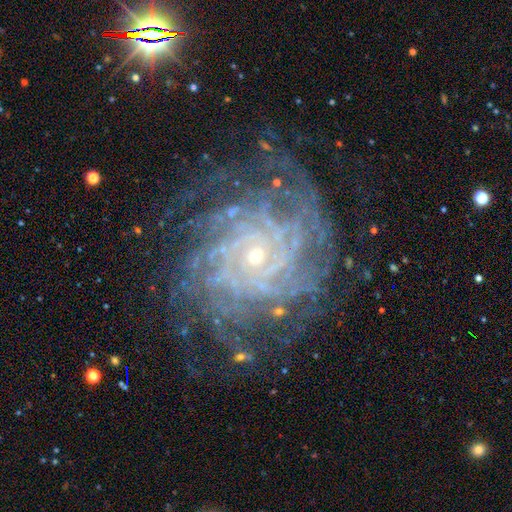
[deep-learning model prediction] Smooth or featured? featured or disk (89%)
Edge-on disk? no (97%)
Bar? no (77%)
Spiral arms? yes (97%)
Spiral winding? tight (75%)
Spiral arm count? more than 4 (30%)
Bulge size? small (73%)
Merging? none (74%)